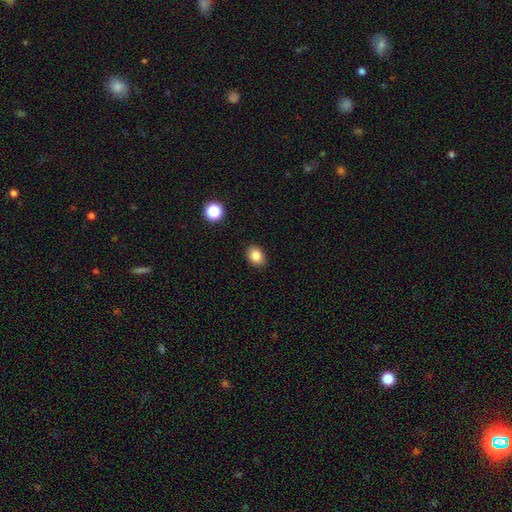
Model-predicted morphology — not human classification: Smooth or featured: smooth — 84% (star or artifact — 10%)
How rounded: in between — 65% (round — 34%)
Merging: none — 89% (minor disturbance — 7%)